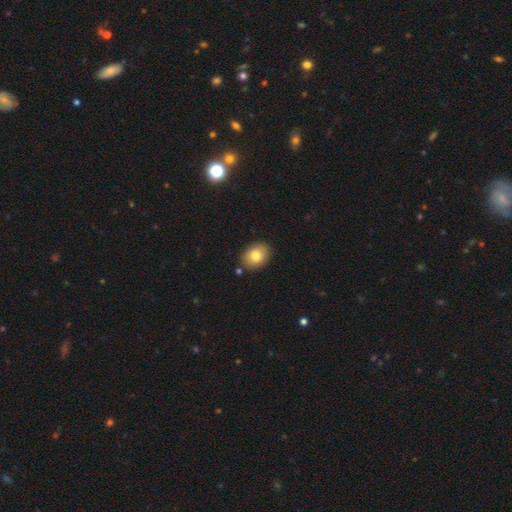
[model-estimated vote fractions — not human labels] A smooth galaxy with no disk features (81%) that is in between round and cigar-shaped (62%).

Vote fractions:
- Smooth or featured? smooth: 81% / featured or disk: 11% / star or artifact: 8%
- How rounded? in between: 62% / round: 37% / cigar-shaped: 1%
- Merging? none: 85% / minor disturbance: 10% / merger: 3% / major disturbance: 2%